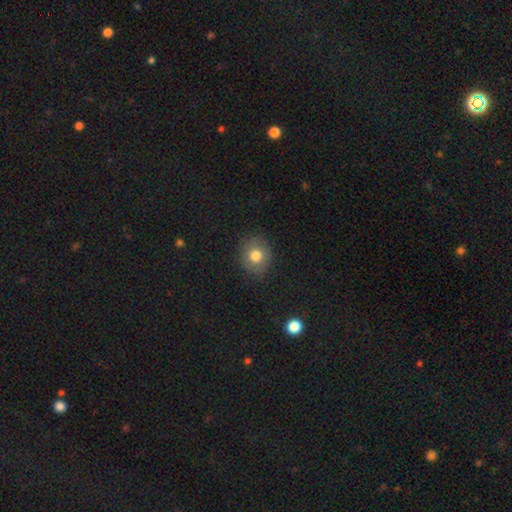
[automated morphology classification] smooth 75%, featured or disk 14%, star or artifact 10%. Down the decision tree: how rounded — round (79%); merging — none (86%).